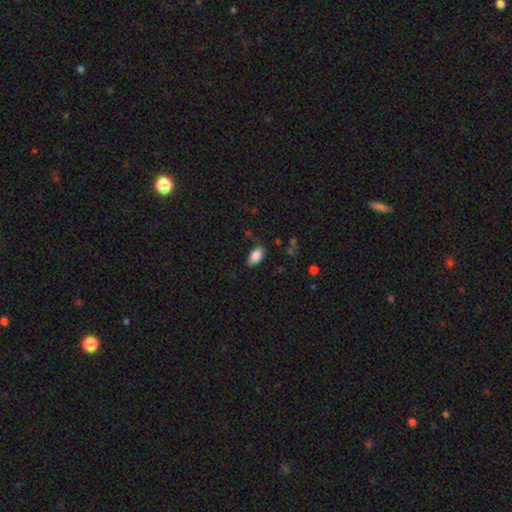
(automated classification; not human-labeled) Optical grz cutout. It shows a smooth galaxy with no disk features (86%) that is in between round and cigar-shaped (93%). Merging: none (80%).